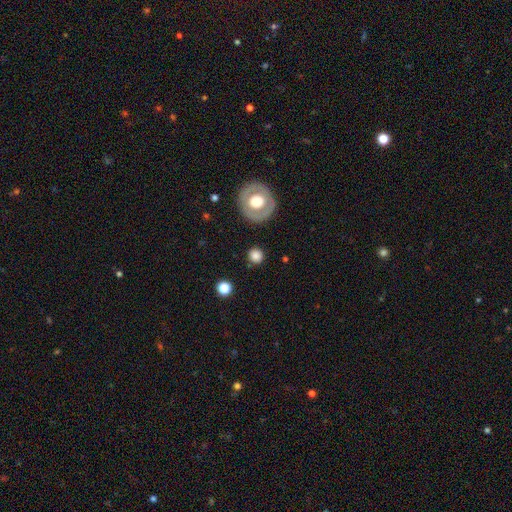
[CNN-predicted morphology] A smooth galaxy with no disk features (78%) that is round (92%). Merging: none (87%).